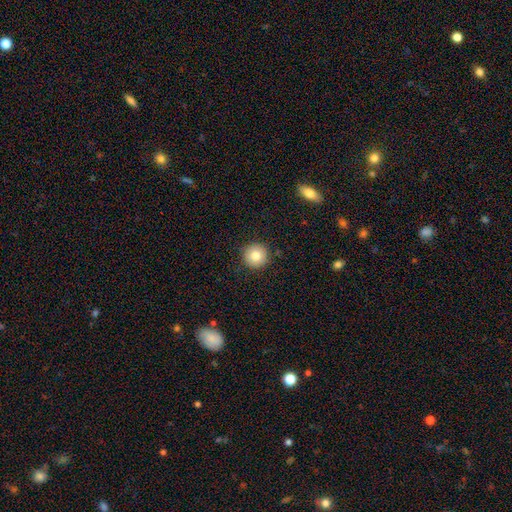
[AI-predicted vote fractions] A smooth galaxy with no disk features (82%) that is round (95%).

Vote fractions:
- Smooth or featured? smooth: 82% / star or artifact: 9% / featured or disk: 8%
- How rounded? round: 95% / in between: 4% / cigar-shaped: 1%
- Merging? none: 90% / minor disturbance: 7% / major disturbance: 2% / merger: 1%